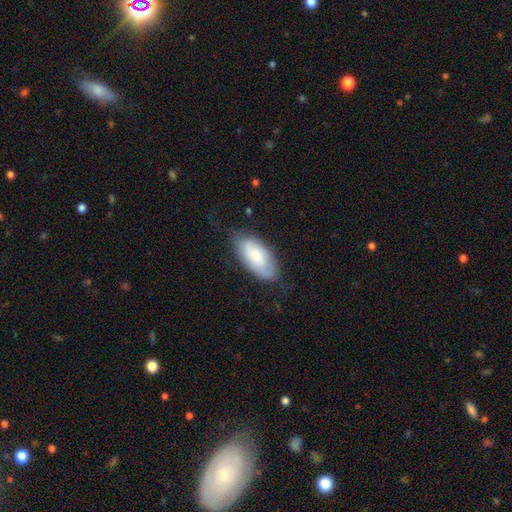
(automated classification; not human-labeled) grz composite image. It shows a smooth galaxy with no disk features (60%) that is in between round and cigar-shaped (91%). Merging: none (70%).